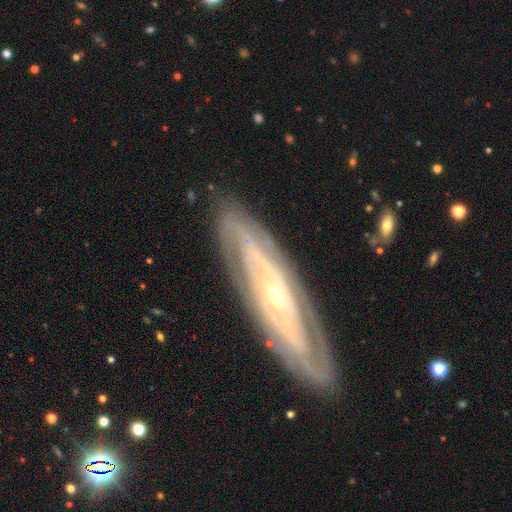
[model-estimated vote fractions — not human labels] Overall: featured or disk (85%). Edge-on disk: no (76%). Bar: no (67%). Spiral arms: yes (84%). Spiral arm count: can't tell (46%; 2 30%). Spiral winding: tight (71%). Bulge size: small (69%). Merging: none (83%).